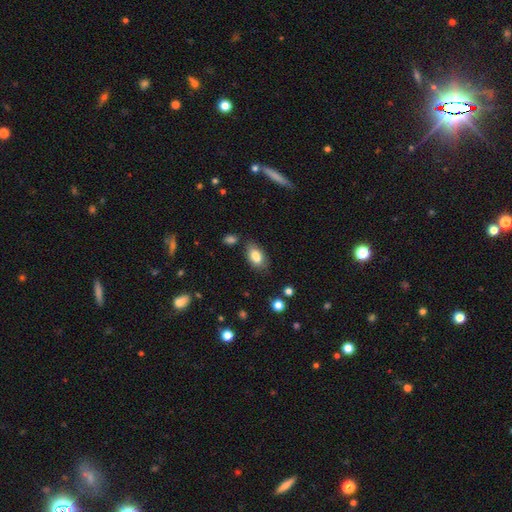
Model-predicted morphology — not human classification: The model was most divided on "merging": none: 72%, minor disturbance: 17%, merger: 7%, major disturbance: 4%. More confident: how rounded — in between (92%); smooth or featured — smooth (82%).